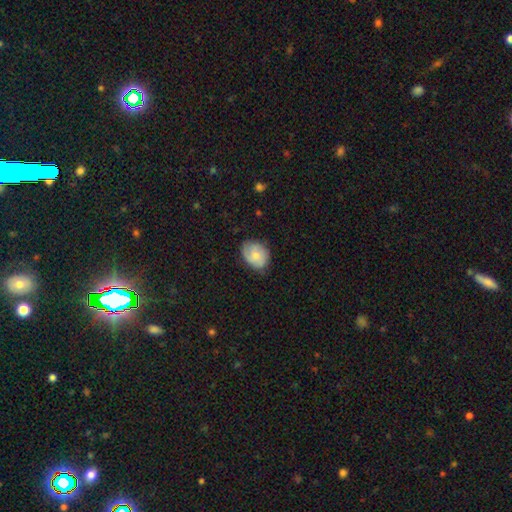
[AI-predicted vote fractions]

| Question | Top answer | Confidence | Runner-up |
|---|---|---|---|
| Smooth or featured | smooth | 65% | featured or disk (28%) |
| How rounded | in between | 61% | round (38%) |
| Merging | none | 67% | minor disturbance (27%) |